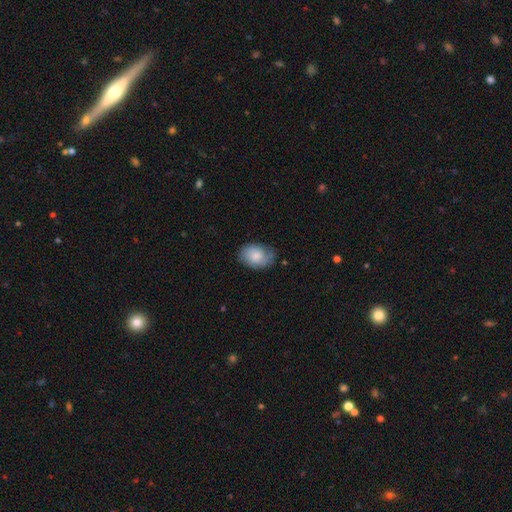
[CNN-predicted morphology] Smooth or featured: smooth — 72% (featured or disk — 21%)
How rounded: in between — 82% (round — 17%)
Merging: none — 69% (minor disturbance — 23%)